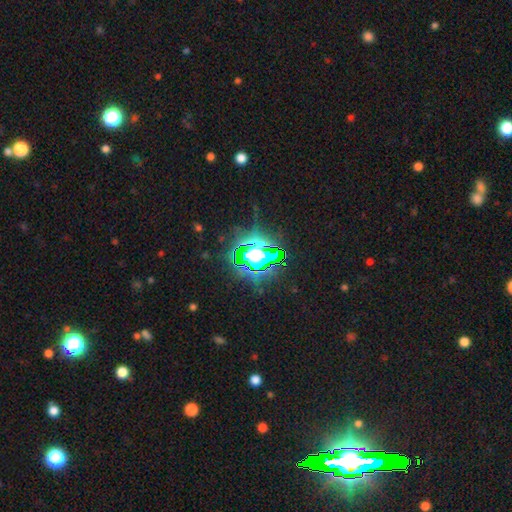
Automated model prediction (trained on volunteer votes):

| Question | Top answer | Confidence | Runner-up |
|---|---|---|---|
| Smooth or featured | star or artifact | 69% | smooth (18%) |